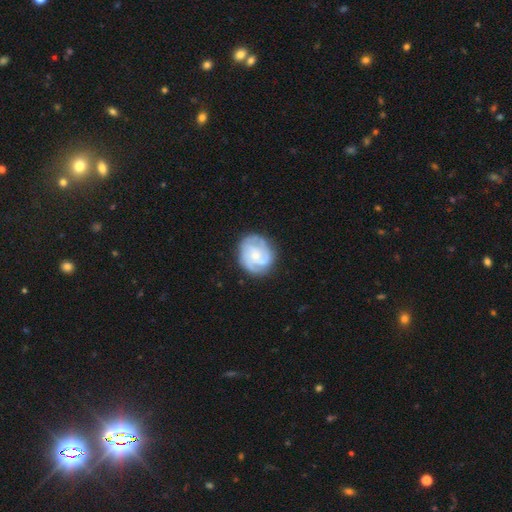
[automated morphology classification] Smooth or featured? Predicted: featured or disk (p=0.77). Edge-on disk? Predicted: no (p=0.98). Bar? Predicted: no (p=0.68). Spiral arms? Predicted: yes (p=0.93). Spiral winding? Predicted: tight (p=0.53). Spiral arm count? Predicted: 3 (p=0.41). Bulge size? Predicted: small (p=0.54). Merging? Predicted: none (p=0.75).